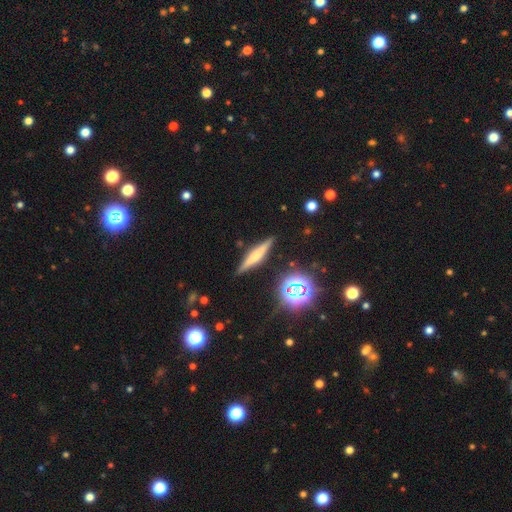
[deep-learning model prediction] This appears to be a featured or disk galaxy (50%). Merging: none (87%).